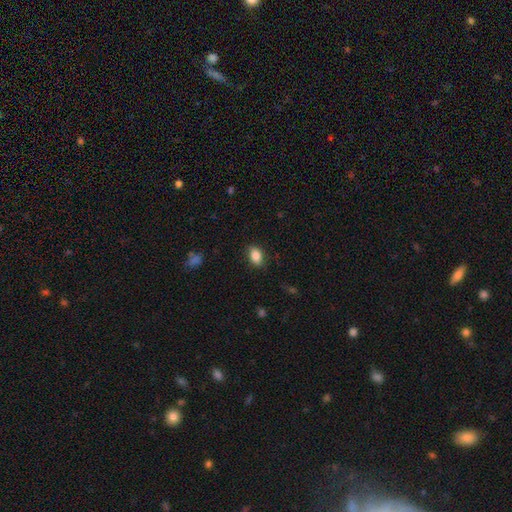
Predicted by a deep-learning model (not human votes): Smooth or featured? smooth (87%)
How rounded? in between (87%)
Merging? none (84%)